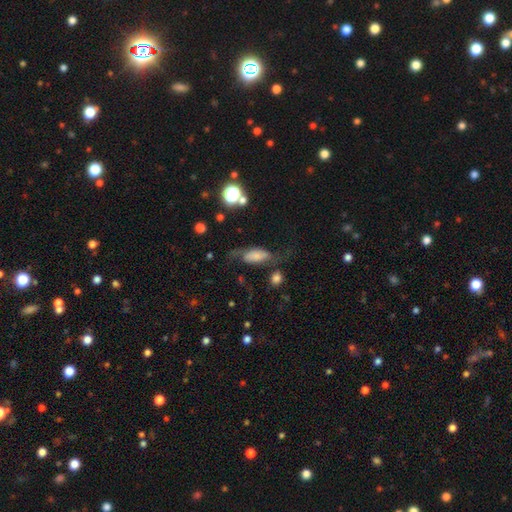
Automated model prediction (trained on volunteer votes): Q: Smooth or featured?
A: smooth (48%); runner-up: featured or disk (42%)
Q: Merging?
A: none (41%); runner-up: major disturbance (28%)